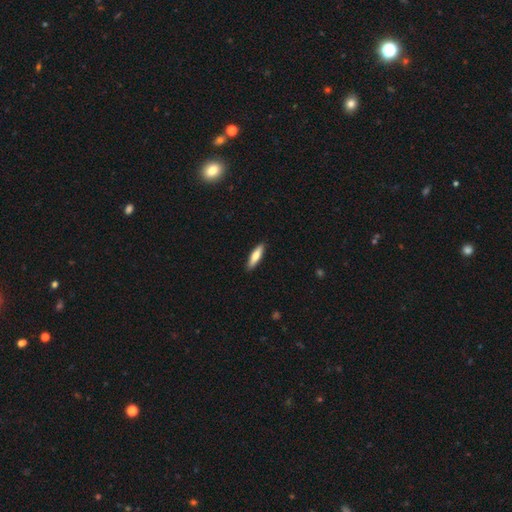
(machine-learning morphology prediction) Smooth or featured? smooth (73%)
How rounded? cigar-shaped (67%)
Merging? none (90%)